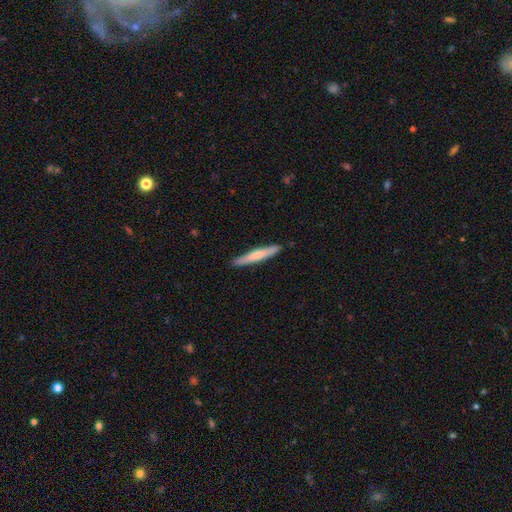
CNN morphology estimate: type=smooth (62%); roundness=cigar-shaped (95%); merging=none (90%).